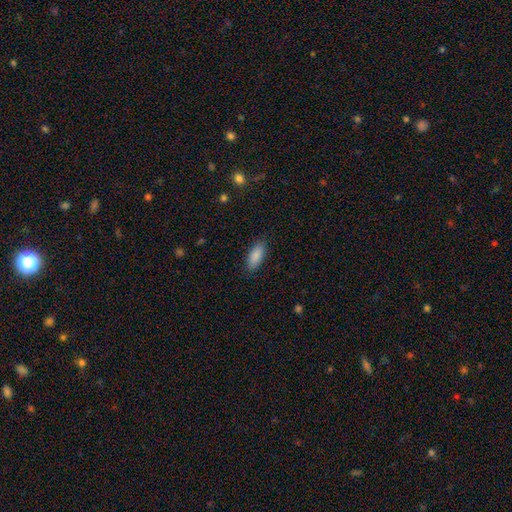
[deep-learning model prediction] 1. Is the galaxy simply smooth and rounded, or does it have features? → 88% smooth, 7% star or artifact, 5% featured or disk.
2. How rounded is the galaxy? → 84% in between, 14% cigar-shaped, 2% round.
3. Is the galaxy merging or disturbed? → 86% none, 10% minor disturbance, 2% major disturbance, 1% merger.